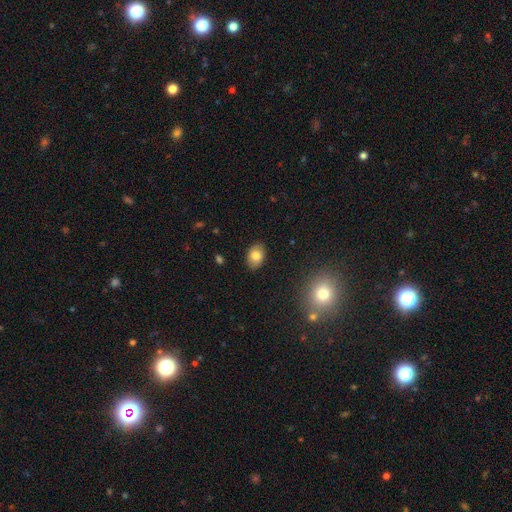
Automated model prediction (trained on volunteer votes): A smooth galaxy with no disk features (80%) that is in between round and cigar-shaped (83%).

Vote fractions:
- Smooth or featured? smooth: 80% / featured or disk: 12% / star or artifact: 8%
- How rounded? in between: 83% / round: 15% / cigar-shaped: 1%
- Merging? none: 87% / minor disturbance: 10% / major disturbance: 2% / merger: 1%